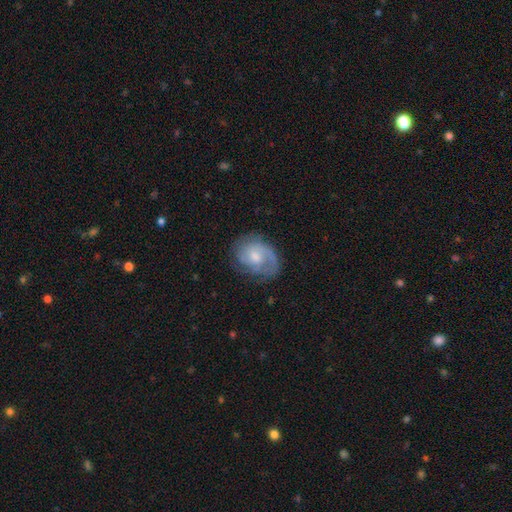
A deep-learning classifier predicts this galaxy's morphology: Q: Smooth or featured?
A: featured or disk (69%); runner-up: smooth (25%)
Q: Edge-on disk?
A: no (97%); runner-up: yes (3%)
Q: Bar?
A: no (56%); runner-up: weak (39%)
Q: Spiral arms?
A: yes (89%); runner-up: no (11%)
Q: Spiral winding?
A: medium (42%); runner-up: tight (40%)
Q: Spiral arm count?
A: 2 (43%); runner-up: 1 (24%)
Q: Bulge size?
A: moderate (51%); runner-up: small (36%)
Q: Merging?
A: none (64%); runner-up: minor disturbance (22%)